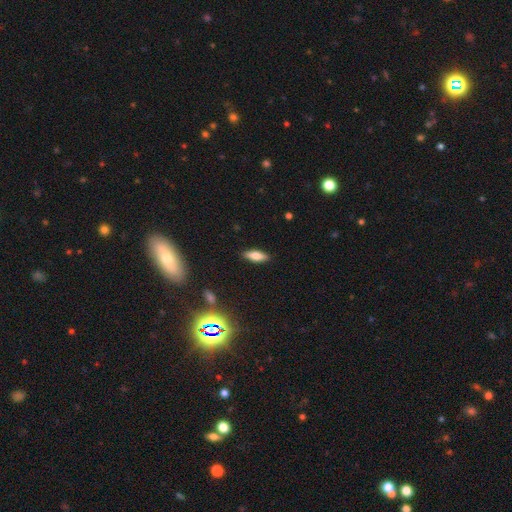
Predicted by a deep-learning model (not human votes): Overall: smooth (71%). How rounded: in between (64%; cigar-shaped 34%). Merging: none (88%).